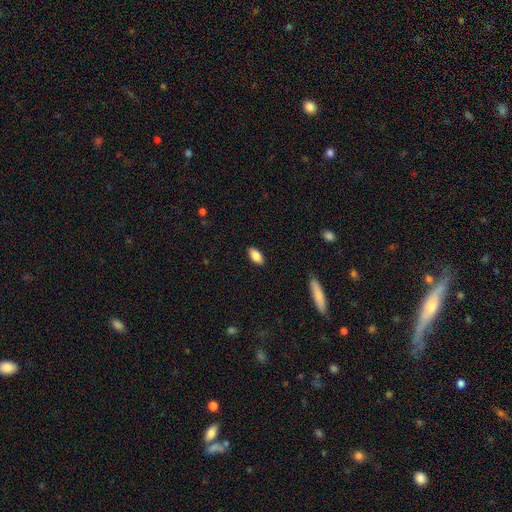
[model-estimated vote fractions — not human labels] smooth_or_featured: smooth (p=0.85) [alt: featured or disk p=0.08]
how_rounded: in between (p=0.90) [alt: cigar-shaped p=0.07]
merging: none (p=0.89) [alt: minor disturbance p=0.08]